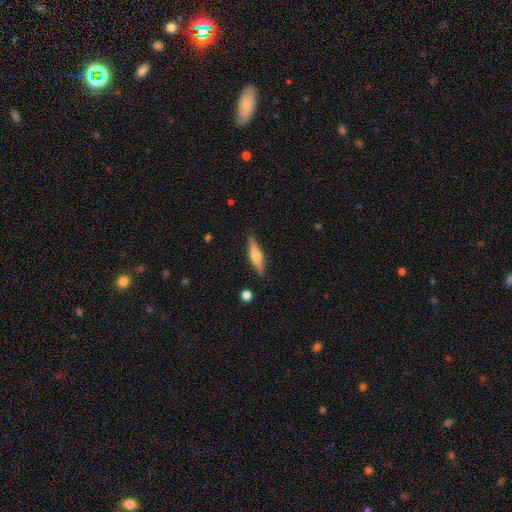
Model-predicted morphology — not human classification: A featured or disk galaxy (47%, tied with smooth).

Vote fractions:
- Smooth or featured? featured or disk: 47% (tied) / smooth: 47% (tied) / star or artifact: 6%
- Merging? none: 88% / minor disturbance: 9% / major disturbance: 2% / merger: 1%